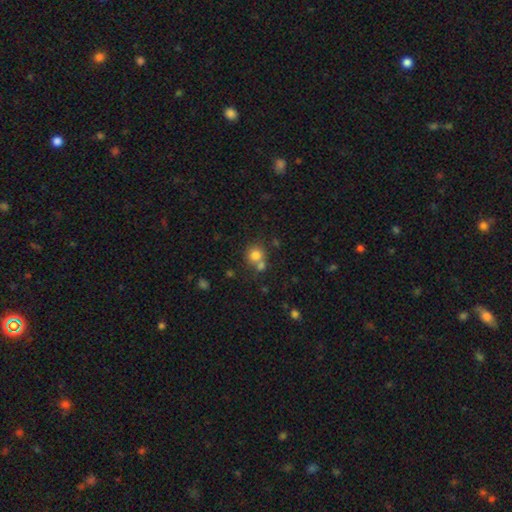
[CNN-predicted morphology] This appears to be a smooth galaxy with no disk features (79%) that is round (85%). Merging: none (51%).